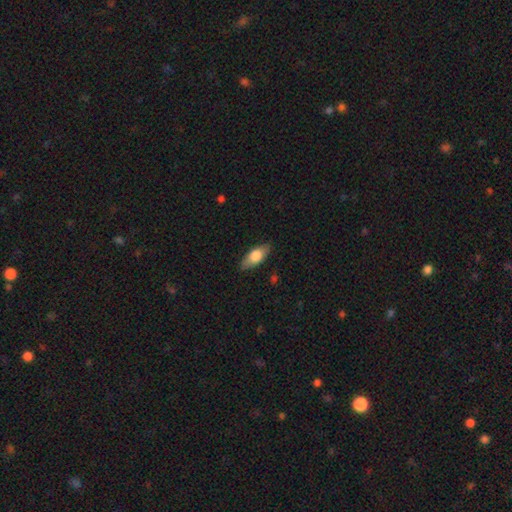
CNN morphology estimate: A smooth galaxy with no disk features (69%) that is in between round and cigar-shaped (79%).

Vote fractions:
- Smooth or featured? smooth: 69% / featured or disk: 25% / star or artifact: 6%
- How rounded? in between: 79% / cigar-shaped: 17% / round: 4%
- Merging? none: 85% / minor disturbance: 12% / major disturbance: 2% / merger: 1%